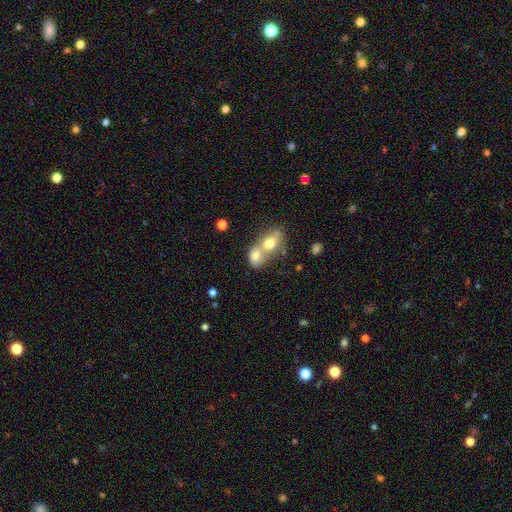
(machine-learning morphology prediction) type=smooth (71%); roundness=in between (52%); merging=merger (73%).